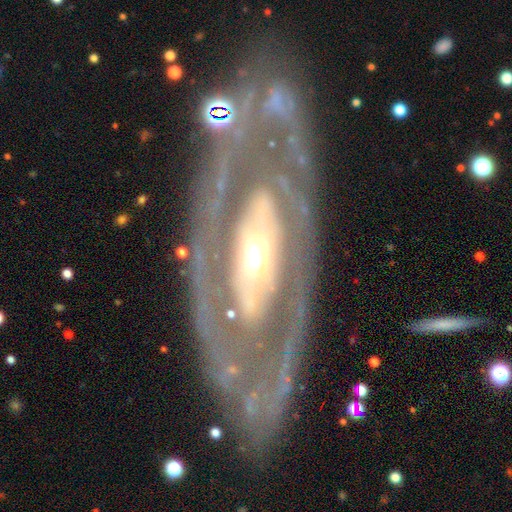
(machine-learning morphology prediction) Smooth or featured?
  - featured or disk: 84% *
  - smooth: 11%
  - star or artifact: 5%
Edge-on disk?
  - no: 90% *
  - yes: 10%
Bar?
  - no: 49% *
  - strong: 27%
  - weak: 25%
Spiral arms?
  - yes: 61% *
  - no: 39%
Bulge size?
  - moderate: 60% *
  - small: 28%
  - large: 9%
  - dominant: 2%
  - none: 2%
Merging?
  - none: 66% *
  - minor disturbance: 16%
  - major disturbance: 14%
  - merger: 5%